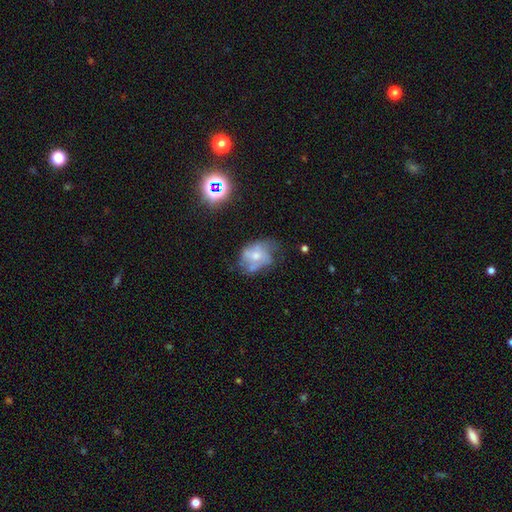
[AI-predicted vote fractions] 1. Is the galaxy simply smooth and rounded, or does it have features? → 52% featured or disk, 36% smooth, 12% star or artifact.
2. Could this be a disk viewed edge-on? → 97% no, 3% yes.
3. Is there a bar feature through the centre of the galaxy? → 79% no, 18% weak, 3% strong.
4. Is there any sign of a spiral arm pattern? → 55% no, 45% yes.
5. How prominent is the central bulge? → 51% moderate, 35% small, 7% none, 5% large, 1% dominant.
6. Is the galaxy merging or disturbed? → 39% none, 29% minor disturbance, 25% major disturbance, 7% merger.